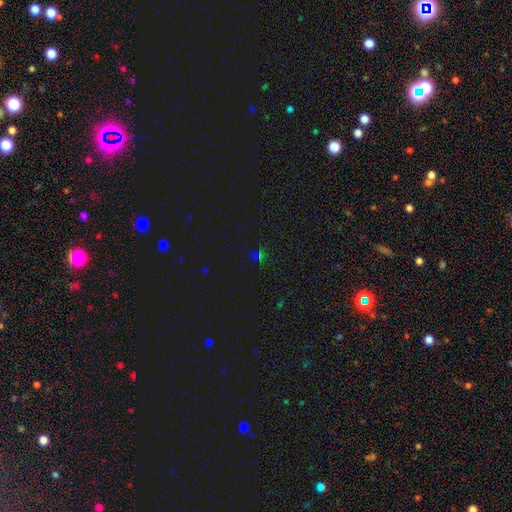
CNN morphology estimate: Smooth or featured? Predicted: star or artifact (p=0.60).